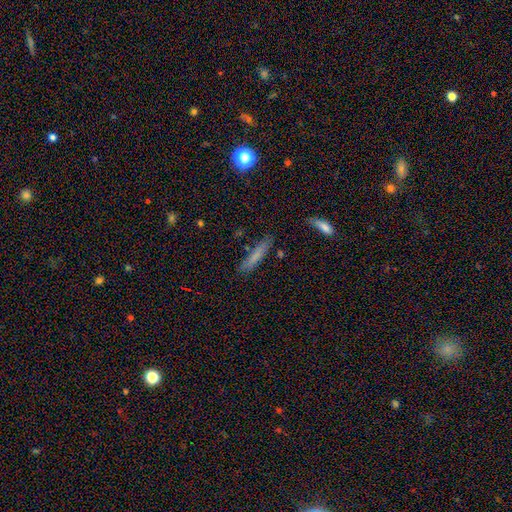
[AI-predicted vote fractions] smooth_or_featured: smooth (p=0.73) [alt: featured or disk p=0.18]
how_rounded: cigar-shaped (p=0.89) [alt: in between p=0.09]
merging: none (p=0.80) [alt: minor disturbance p=0.14]